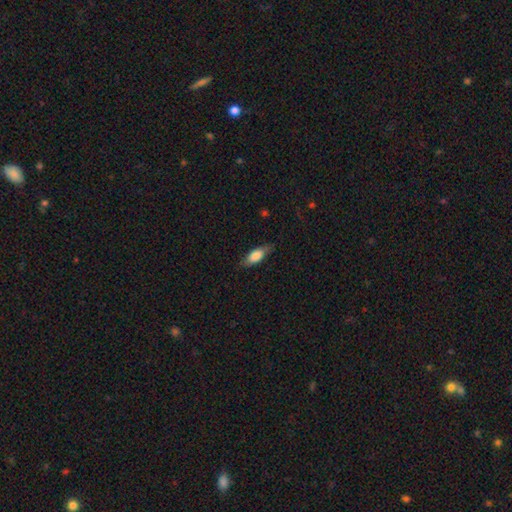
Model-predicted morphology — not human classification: Smooth or featured? Predicted: smooth (p=0.74). How rounded? Predicted: in between (p=0.70). Merging? Predicted: none (p=0.77).